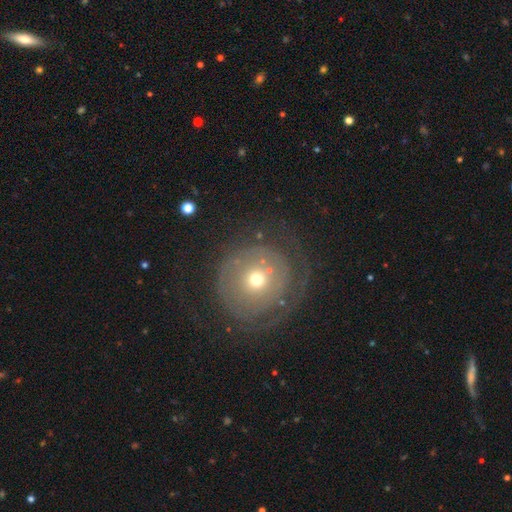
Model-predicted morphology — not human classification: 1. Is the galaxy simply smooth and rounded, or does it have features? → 62% featured or disk, 23% smooth, 15% star or artifact.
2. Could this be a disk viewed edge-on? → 96% no, 4% yes.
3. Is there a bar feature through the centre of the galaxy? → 73% no, 20% weak, 7% strong.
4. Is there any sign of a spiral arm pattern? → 76% yes, 24% no.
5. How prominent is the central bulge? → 50% moderate, 44% small, 4% large, 1% dominant, 1% none.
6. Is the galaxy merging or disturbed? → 82% none, 10% minor disturbance, 7% major disturbance, 1% merger.